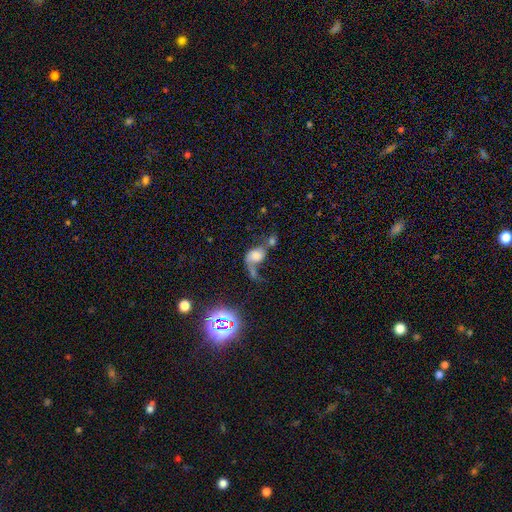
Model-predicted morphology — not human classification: The model was most divided on "merging": merger: 39%, major disturbance: 29%, none: 19%, minor disturbance: 12%. Remaining: smooth or featured — smooth (48%).